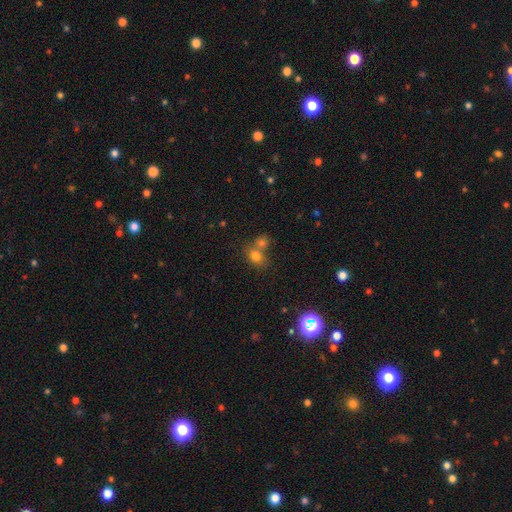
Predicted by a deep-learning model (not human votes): Smooth or featured? smooth (75%)
How rounded? round (55%)
Merging? merger (45%)